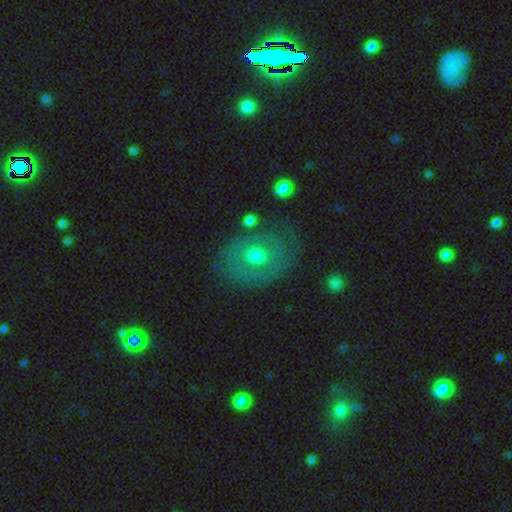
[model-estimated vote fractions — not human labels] Smooth or featured? featured or disk (54%)
Edge-on disk? no (95%)
Bar? no (86%)
Spiral arms? no (63%)
Bulge size? moderate (66%)
Merging? none (71%)